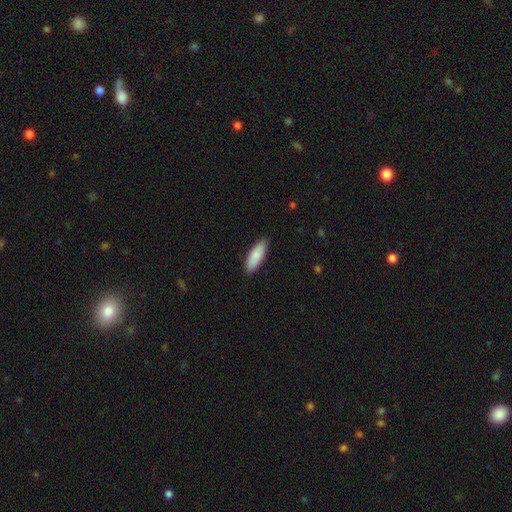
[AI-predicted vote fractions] The model was most divided on "how rounded": in between: 61%, cigar-shaped: 38%, round: 2%. More confident: merging — none (88%); smooth or featured — smooth (88%).